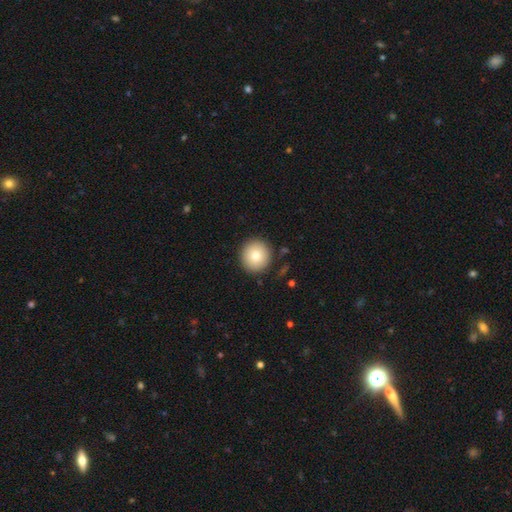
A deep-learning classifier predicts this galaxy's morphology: A smooth galaxy with no disk features (82%) that is round (94%).

Vote fractions:
- Smooth or featured? smooth: 82% / featured or disk: 10% / star or artifact: 8%
- How rounded? round: 94% / in between: 5% / cigar-shaped: 1%
- Merging? none: 90% / minor disturbance: 7% / major disturbance: 2% / merger: 2%